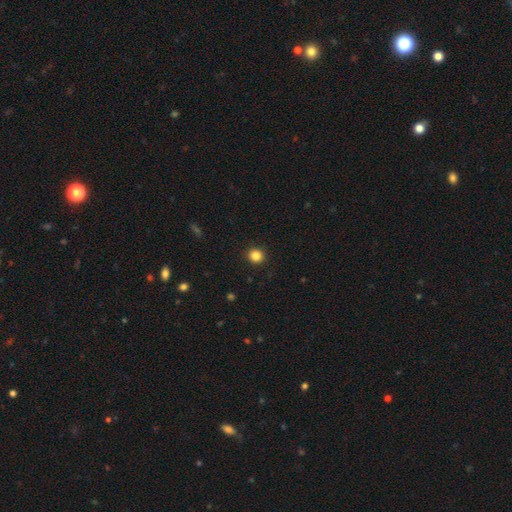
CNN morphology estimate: Smooth or featured? smooth (85%)
How rounded? round (91%)
Merging? none (93%)